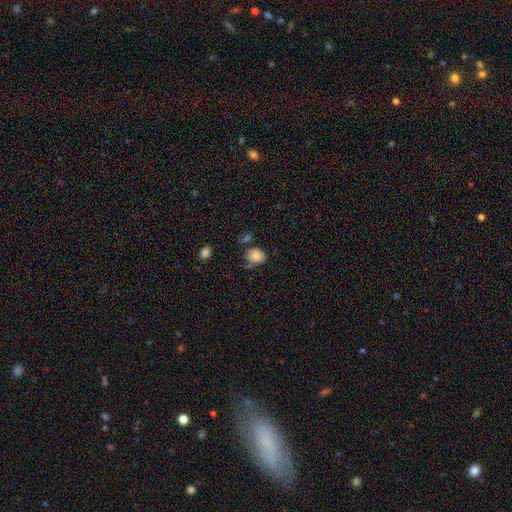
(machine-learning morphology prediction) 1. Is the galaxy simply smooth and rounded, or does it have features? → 81% smooth, 10% star or artifact, 8% featured or disk.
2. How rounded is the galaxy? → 51% in between, 48% round, 1% cigar-shaped.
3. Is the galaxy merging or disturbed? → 53% none, 27% minor disturbance, 11% merger, 9% major disturbance.